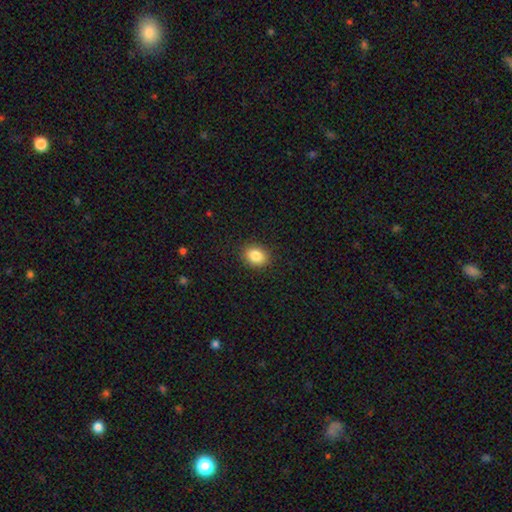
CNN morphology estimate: Smooth or featured?
  - smooth: 86% *
  - star or artifact: 9%
  - featured or disk: 5%
How rounded?
  - in between: 53% *
  - round: 46%
  - cigar-shaped: 1%
Merging?
  - none: 90% *
  - minor disturbance: 7%
  - major disturbance: 2%
  - merger: 1%